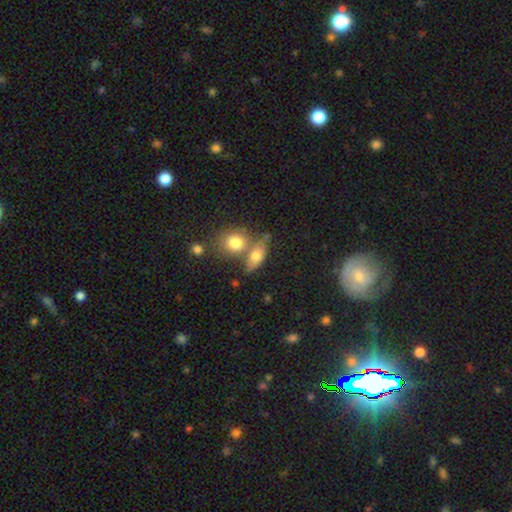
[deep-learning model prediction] Q: Smooth or featured?
A: smooth (70%); runner-up: featured or disk (20%)
Q: How rounded?
A: in between (67%); runner-up: round (19%)
Q: Merging?
A: none (48%); runner-up: merger (35%)